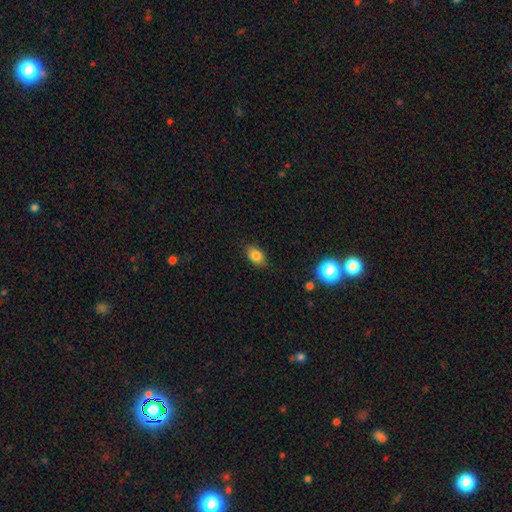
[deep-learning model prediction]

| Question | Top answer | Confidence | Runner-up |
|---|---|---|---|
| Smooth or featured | smooth | 82% | star or artifact (11%) |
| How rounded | in between | 80% | round (18%) |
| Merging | none | 83% | minor disturbance (13%) |